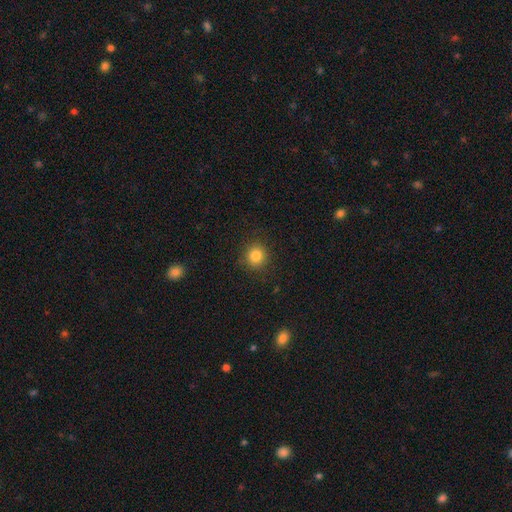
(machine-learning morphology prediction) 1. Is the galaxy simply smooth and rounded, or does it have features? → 84% smooth, 11% star or artifact, 5% featured or disk.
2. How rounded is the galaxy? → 90% round, 9% in between, 1% cigar-shaped.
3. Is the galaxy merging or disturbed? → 89% none, 8% minor disturbance, 3% major disturbance, 1% merger.